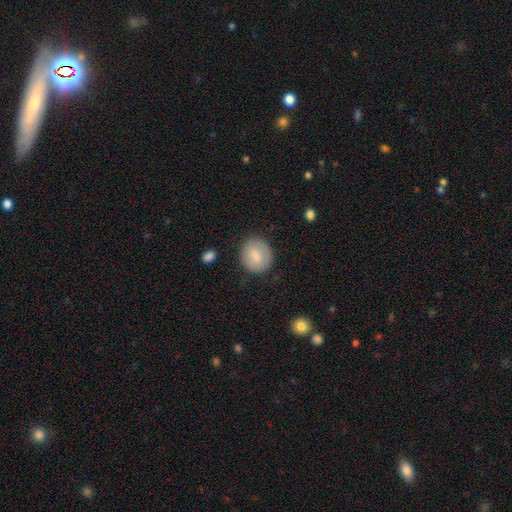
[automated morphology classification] Smooth or featured? Predicted: smooth (p=0.77). How rounded? Predicted: round (p=0.83). Merging? Predicted: none (p=0.84).